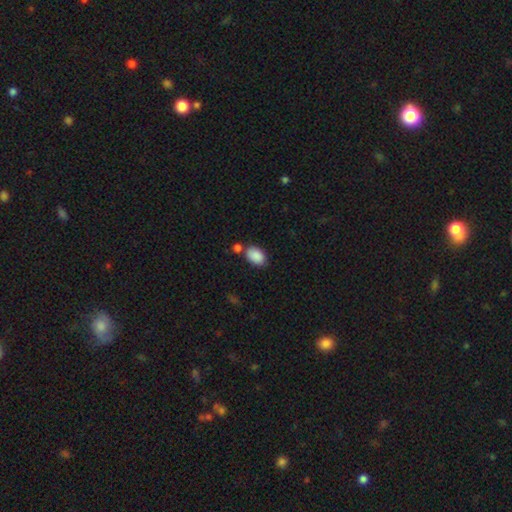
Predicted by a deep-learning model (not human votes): Overall: smooth (89%). How rounded: in between (88%). Merging: none (68%).